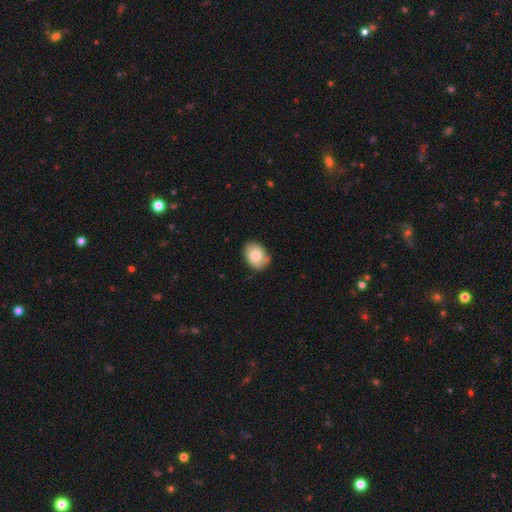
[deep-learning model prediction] This is clearly a smooth galaxy (82%). How rounded: likely in between (66%). Merging: likely none (77%).